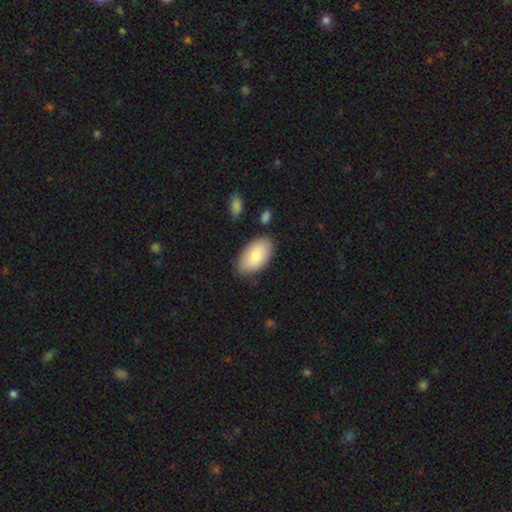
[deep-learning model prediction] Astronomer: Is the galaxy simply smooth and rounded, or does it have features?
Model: smooth — 84%.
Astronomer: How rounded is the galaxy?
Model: in between — 95%.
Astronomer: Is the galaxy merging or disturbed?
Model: none — 81%.